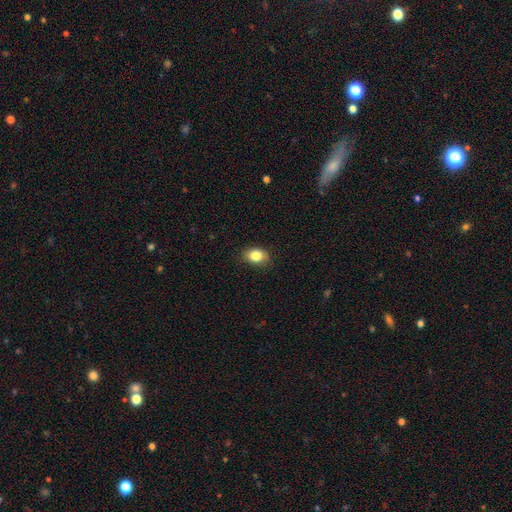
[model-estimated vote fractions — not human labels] A smooth galaxy with no disk features (84%) that is in between round and cigar-shaped (71%). Merging: none (82%).